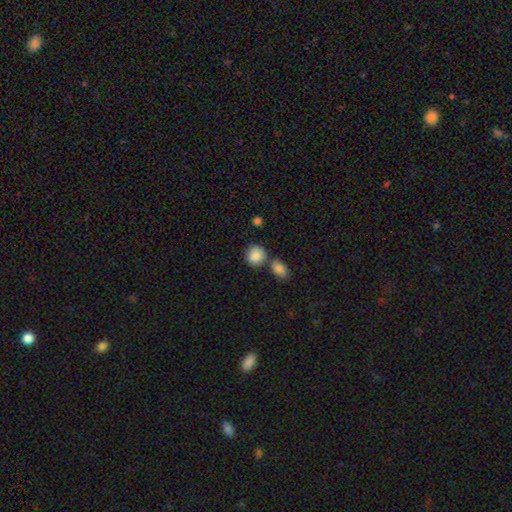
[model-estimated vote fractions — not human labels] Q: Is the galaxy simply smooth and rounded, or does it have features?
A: smooth — 88%.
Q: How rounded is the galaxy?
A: round — 73%.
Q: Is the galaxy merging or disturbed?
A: none — 62%.